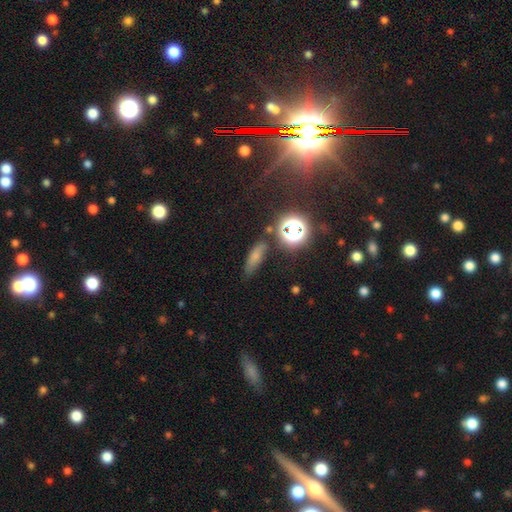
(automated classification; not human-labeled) A smooth galaxy with no disk features (62%) that is cigar-shaped (45%). Merging: none (73%).